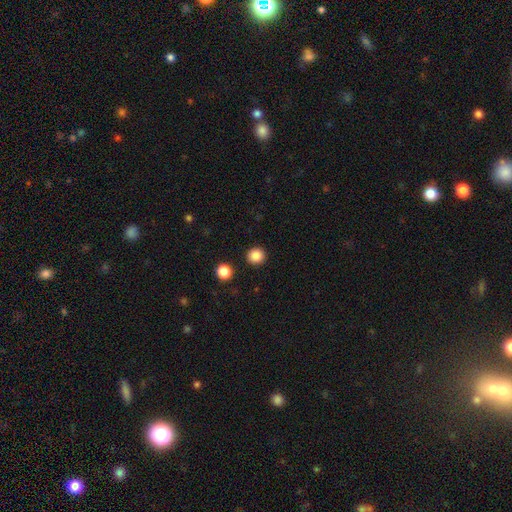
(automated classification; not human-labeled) Smooth or featured: smooth — 87% (star or artifact — 10%)
How rounded: round — 92% (in between — 7%)
Merging: none — 92% (minor disturbance — 5%)